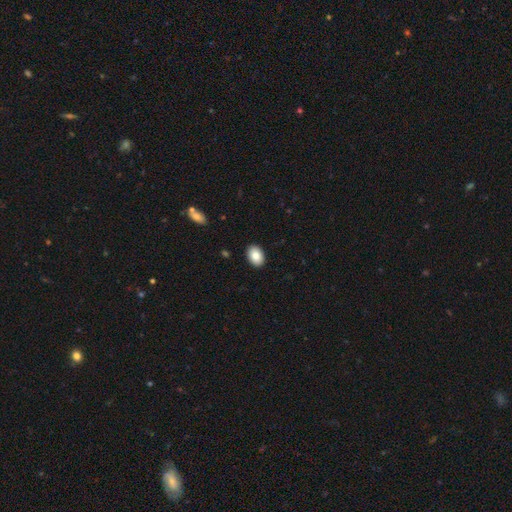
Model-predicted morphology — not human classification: smooth_or_featured: smooth (p=0.86) [alt: star or artifact p=0.07]
how_rounded: in between (p=0.83) [alt: round p=0.16]
merging: none (p=0.91) [alt: minor disturbance p=0.06]